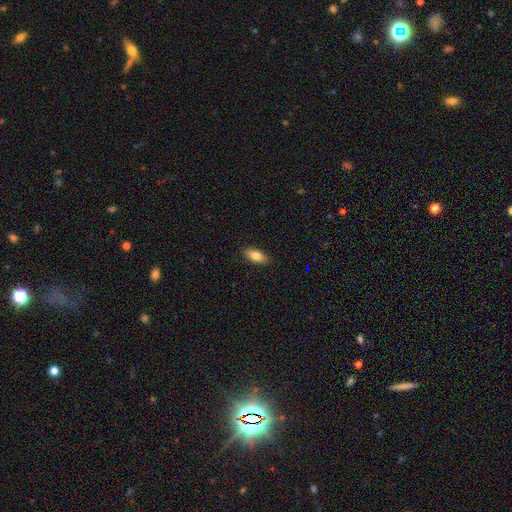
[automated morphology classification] This appears to be a smooth galaxy with no disk features (82%) that is in between round and cigar-shaped (85%). Merging: none (88%).